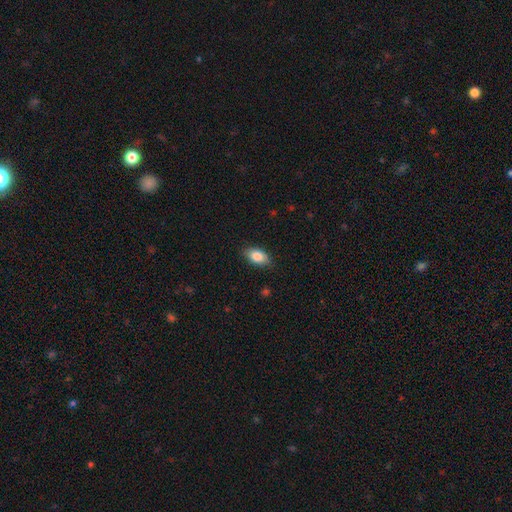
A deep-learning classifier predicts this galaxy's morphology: Q: Smooth or featured?
A: smooth (85%); runner-up: featured or disk (8%)
Q: How rounded?
A: in between (91%); runner-up: round (6%)
Q: Merging?
A: none (83%); runner-up: minor disturbance (13%)